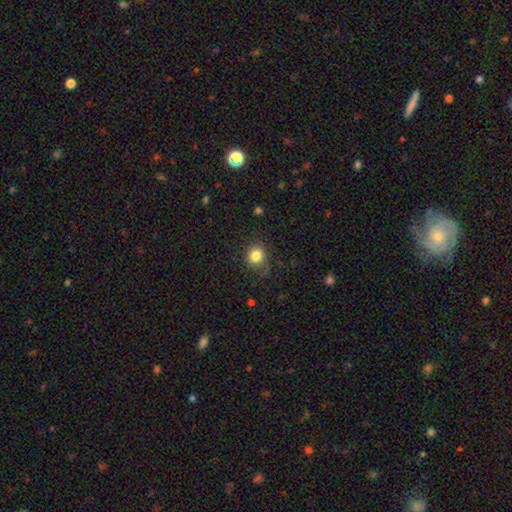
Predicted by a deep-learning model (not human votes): smooth 83%, star or artifact 11%, featured or disk 6%. Down the decision tree: how rounded — round (79%); merging — none (79%).